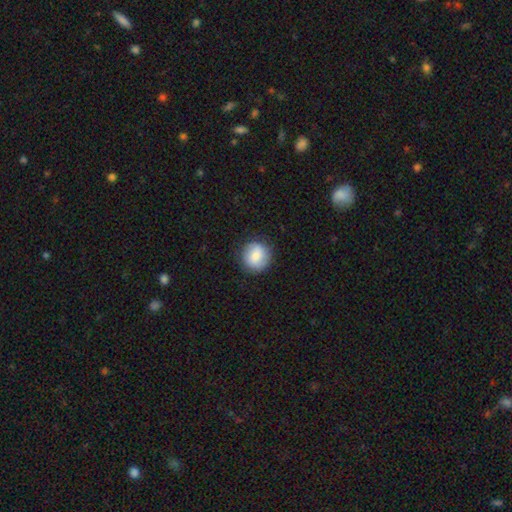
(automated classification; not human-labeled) Morphology: type=smooth (78%); roundness=round (91%); merging=none (87%).